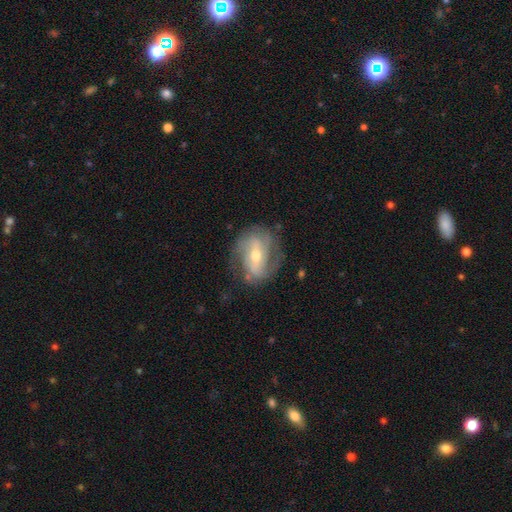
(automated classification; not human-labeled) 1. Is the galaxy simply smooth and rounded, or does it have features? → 80% featured or disk, 14% smooth, 6% star or artifact.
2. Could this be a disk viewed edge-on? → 95% no, 5% yes.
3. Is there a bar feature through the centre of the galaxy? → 43% strong, 37% weak, 21% no.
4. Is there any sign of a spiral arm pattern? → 88% yes, 12% no.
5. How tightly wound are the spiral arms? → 41% medium, 37% tight, 21% loose.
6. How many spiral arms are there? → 60% 2, 19% can't tell, 12% 3, 4% 1, 3% 4, 2% more than 4.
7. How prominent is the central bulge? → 56% moderate, 39% small, 3% large, 1% none, 1% dominant.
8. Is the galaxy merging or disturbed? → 69% none, 20% minor disturbance, 10% major disturbance, 2% merger.